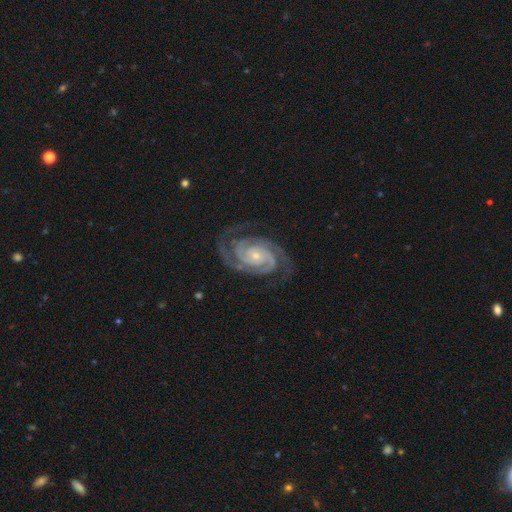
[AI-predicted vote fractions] This appears to be a featured or disk galaxy (94%) with no bar (68%), 2 (78%) tight (74%) spiral arms (99%) and a small central bulge (74%). Merging: none (79%).